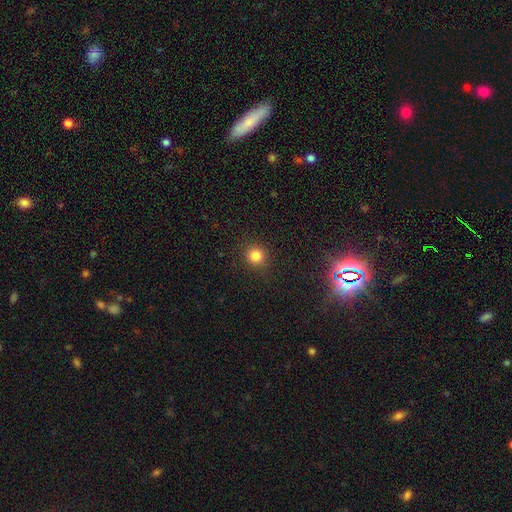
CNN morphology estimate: A smooth galaxy with no disk features (82%) that is round (94%).

Vote fractions:
- Smooth or featured? smooth: 82% / star or artifact: 13% / featured or disk: 5%
- How rounded? round: 94% / in between: 5% / cigar-shaped: 1%
- Merging? none: 91% / minor disturbance: 6% / major disturbance: 2% / merger: 1%